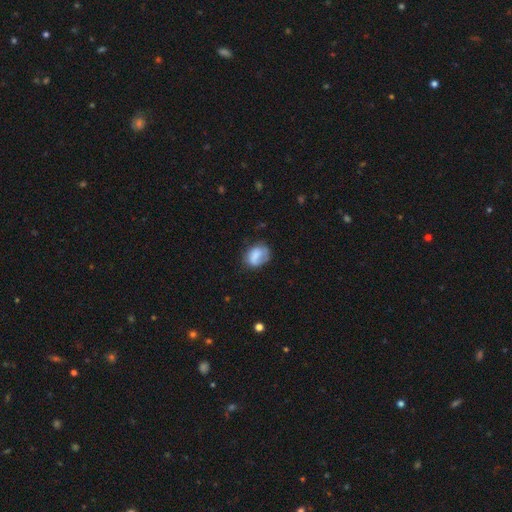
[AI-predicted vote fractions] Q: Smooth or featured?
A: smooth (72%); runner-up: featured or disk (20%)
Q: How rounded?
A: in between (66%); runner-up: round (33%)
Q: Merging?
A: none (51%); runner-up: minor disturbance (30%)